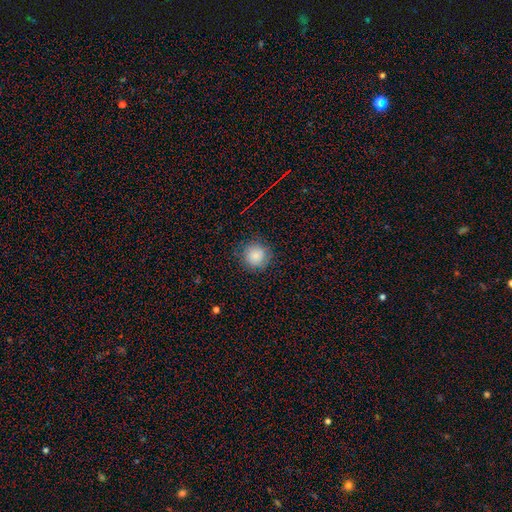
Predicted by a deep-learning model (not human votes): Q: Smooth or featured?
A: smooth (83%); runner-up: star or artifact (10%)
Q: How rounded?
A: round (93%); runner-up: in between (6%)
Q: Merging?
A: none (85%); runner-up: minor disturbance (11%)